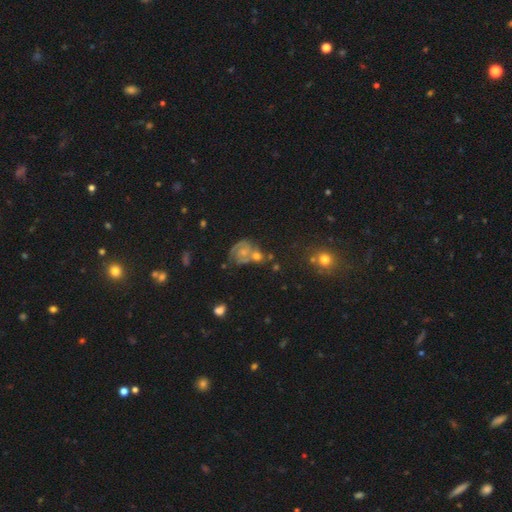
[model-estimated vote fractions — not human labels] smooth_or_featured: star or artifact (p=0.36) [alt: smooth p=0.33]